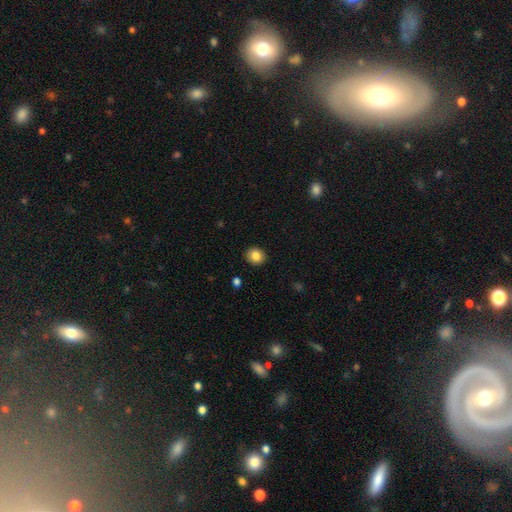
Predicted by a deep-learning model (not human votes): Smooth or featured? Predicted: smooth (p=0.85). How rounded? Predicted: round (p=0.74). Merging? Predicted: none (p=0.91).